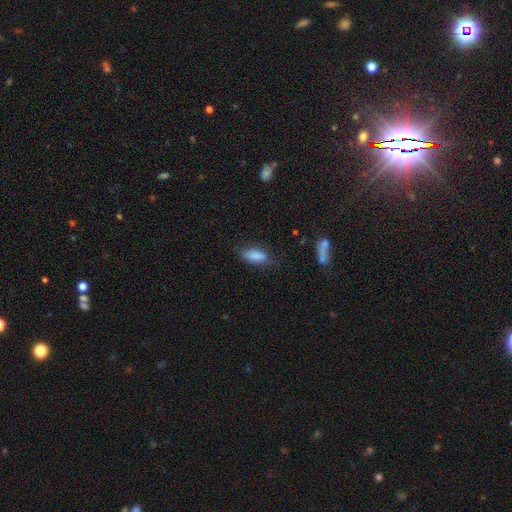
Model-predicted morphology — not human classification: type=smooth (84%); roundness=in between (81%); merging=none (71%).